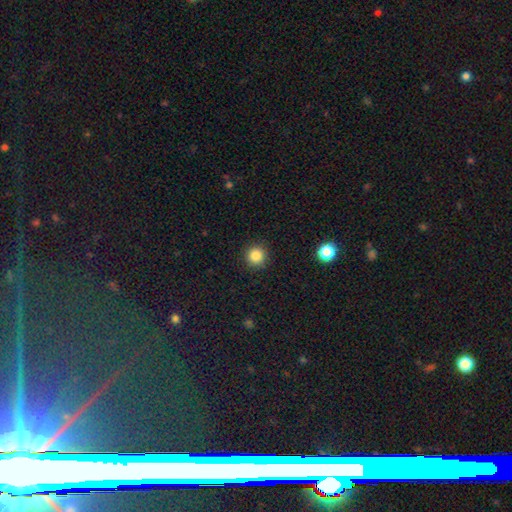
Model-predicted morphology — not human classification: Smooth or featured?
  - smooth: 86% *
  - star or artifact: 11%
  - featured or disk: 4%
How rounded?
  - round: 95% *
  - in between: 4%
  - cigar-shaped: 1%
Merging?
  - none: 91% *
  - minor disturbance: 5%
  - major disturbance: 2%
  - merger: 1%